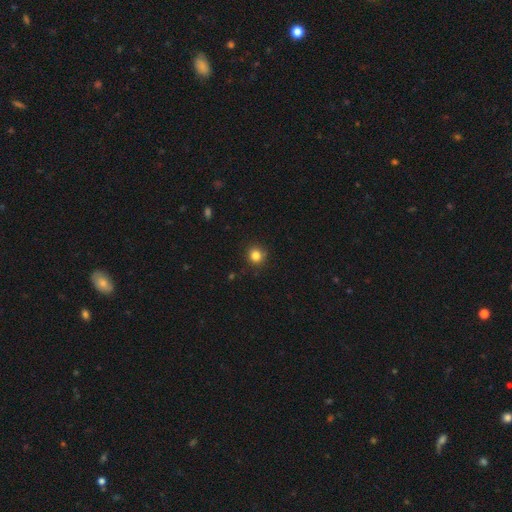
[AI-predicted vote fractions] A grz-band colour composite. It shows a smooth galaxy with no disk features (83%) that is round (92%). Merging: none (88%).